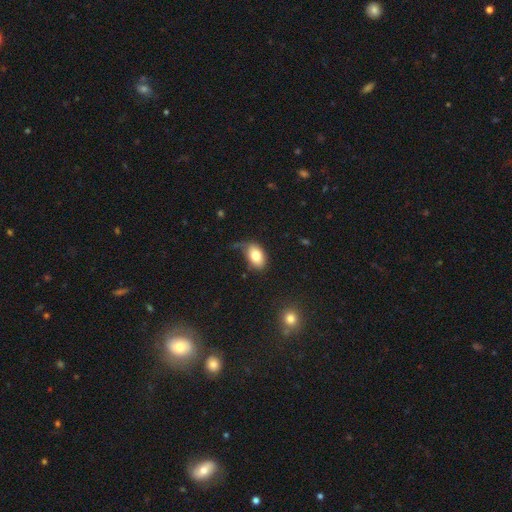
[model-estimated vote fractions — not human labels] A smooth galaxy with no disk features (80%) that is in between round and cigar-shaped (87%).

Vote fractions:
- Smooth or featured? smooth: 80% / featured or disk: 12% / star or artifact: 8%
- How rounded? in between: 87% / round: 12% / cigar-shaped: 1%
- Merging? none: 57% / minor disturbance: 28% / major disturbance: 11% / merger: 4%